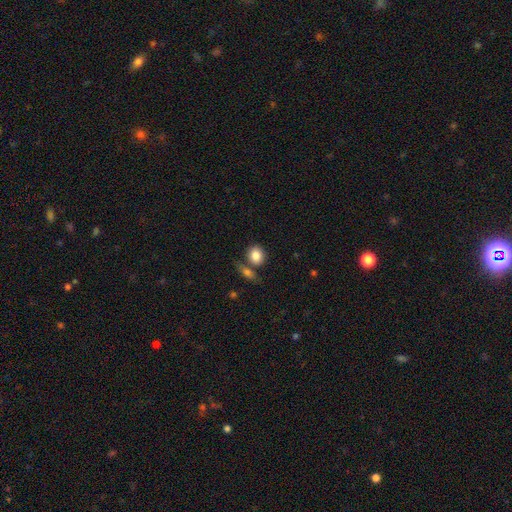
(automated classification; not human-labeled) Overall: smooth (84%). How rounded: round (56%; in between 42%). Merging: none (58%; merger 25%).